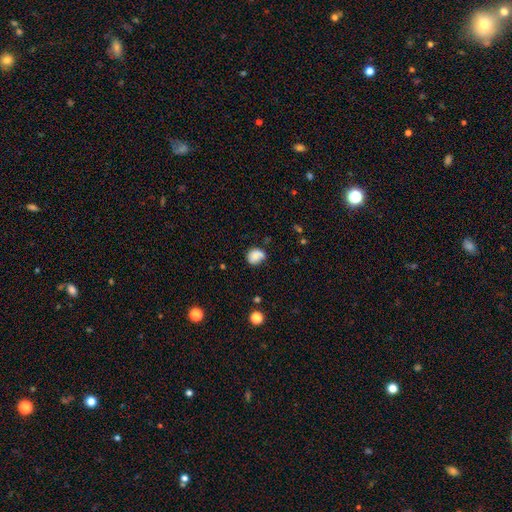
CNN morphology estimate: Smooth or featured? Predicted: smooth (p=0.77). How rounded? Predicted: round (p=0.66). Merging? Predicted: none (p=0.56).